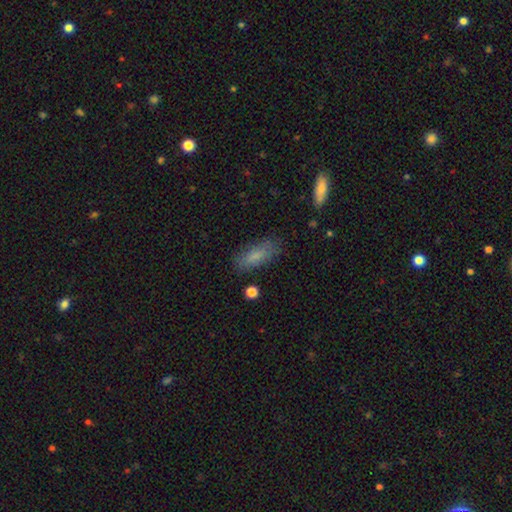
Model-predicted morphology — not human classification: smooth 78%, featured or disk 14%, star or artifact 8%. Down the decision tree: how rounded — in between (69%); merging — none (79%).